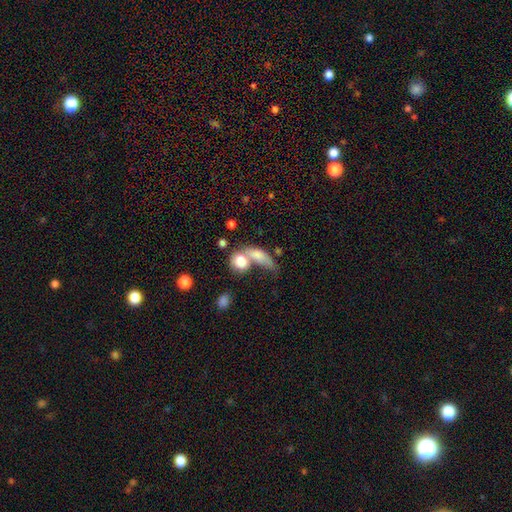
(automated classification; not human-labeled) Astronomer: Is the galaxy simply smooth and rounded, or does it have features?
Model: smooth — 74%.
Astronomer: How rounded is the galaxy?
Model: in between — 63%.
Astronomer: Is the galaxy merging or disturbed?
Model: merger — 62%.